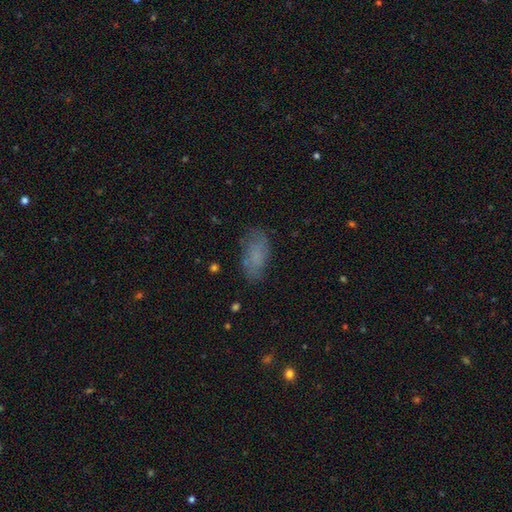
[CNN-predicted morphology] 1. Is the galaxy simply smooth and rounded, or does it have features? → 72% smooth, 17% featured or disk, 11% star or artifact.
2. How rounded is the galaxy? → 90% in between, 6% cigar-shaped, 4% round.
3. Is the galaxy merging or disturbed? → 72% none, 19% minor disturbance, 7% major disturbance, 2% merger.